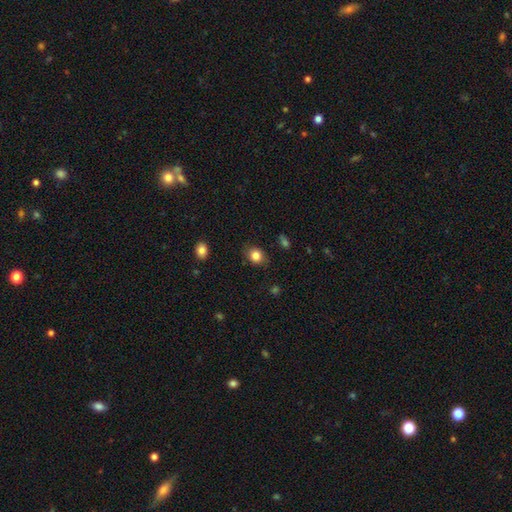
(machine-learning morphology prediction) Q: Smooth or featured?
A: smooth (83%); runner-up: star or artifact (10%)
Q: How rounded?
A: round (58%); runner-up: in between (42%)
Q: Merging?
A: none (81%); runner-up: minor disturbance (14%)